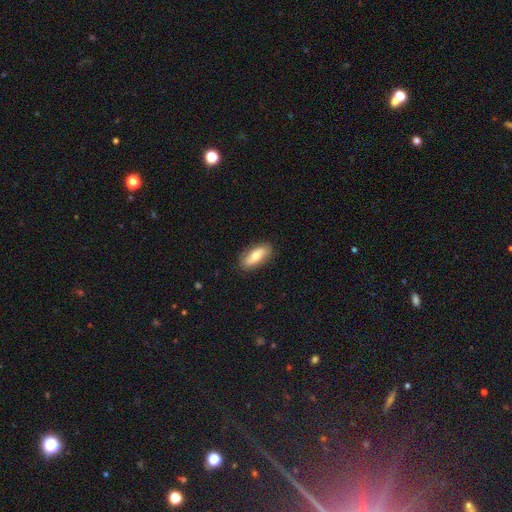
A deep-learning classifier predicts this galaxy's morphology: A smooth galaxy with no disk features (68%) that is in between round and cigar-shaped (78%). Merging: none (85%).